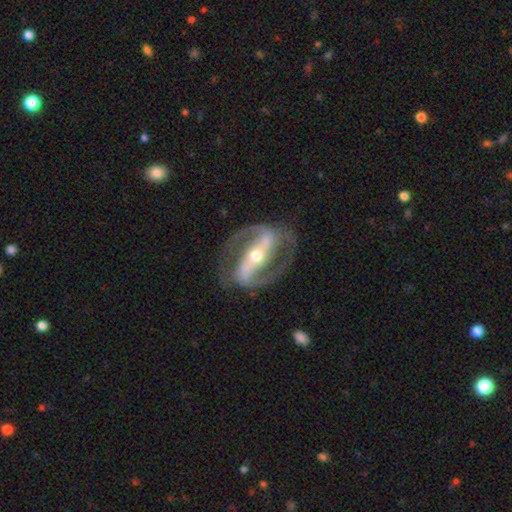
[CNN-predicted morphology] A featured or disk galaxy (92%) with a strong bar (78%), 2 (93%) medium (55%) spiral arms (95%) and a moderate central bulge (57%). Merging: none (81%).